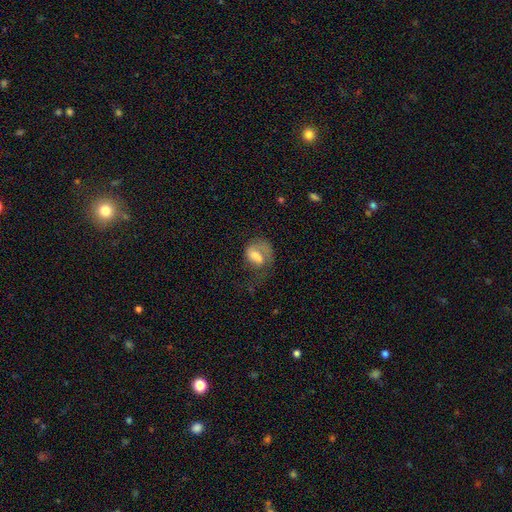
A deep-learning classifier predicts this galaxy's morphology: This is possibly a featured or disk galaxy (52%). It is clearly not viewed edge-on (97%). Bar: possibly no (49%). Spiral arm pattern: likely yes (72%). Central bulge: marginally moderate (37%). Merging: possibly major disturbance (47%).